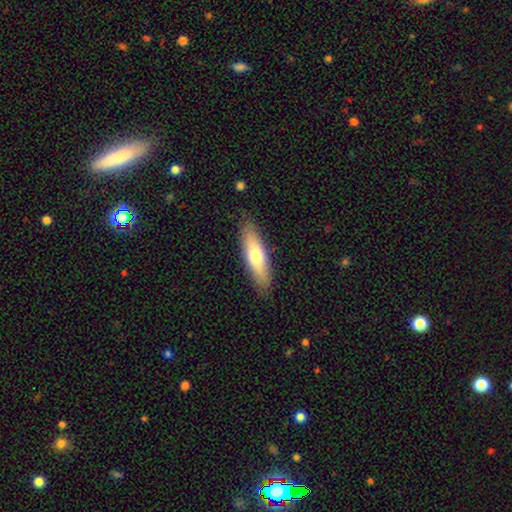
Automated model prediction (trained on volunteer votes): Smooth or featured: smooth — 66% (featured or disk — 28%)
How rounded: cigar-shaped — 57% (in between — 41%)
Merging: none — 86% (minor disturbance — 11%)